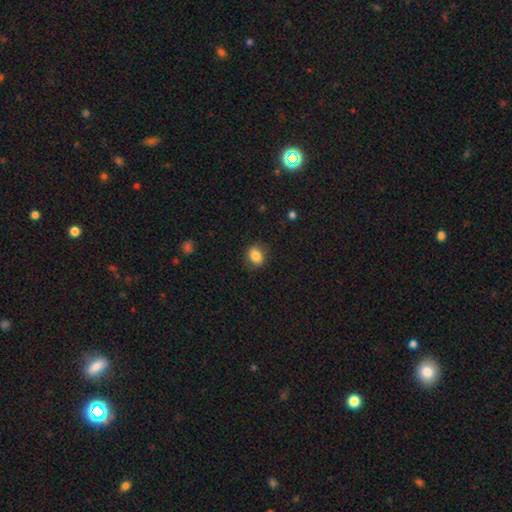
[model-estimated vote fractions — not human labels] Q: Smooth or featured?
A: smooth (84%); runner-up: star or artifact (9%)
Q: How rounded?
A: in between (51%); runner-up: round (48%)
Q: Merging?
A: none (86%); runner-up: minor disturbance (10%)